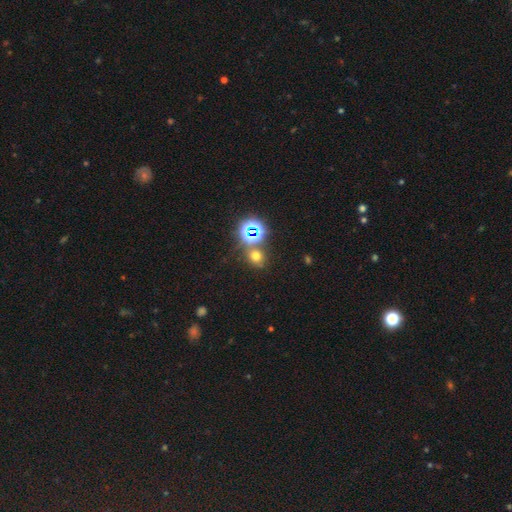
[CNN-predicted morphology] Smooth or featured: smooth — 58% (star or artifact — 34%)
How rounded: round — 77% (in between — 22%)
Merging: none — 72% (merger — 15%)